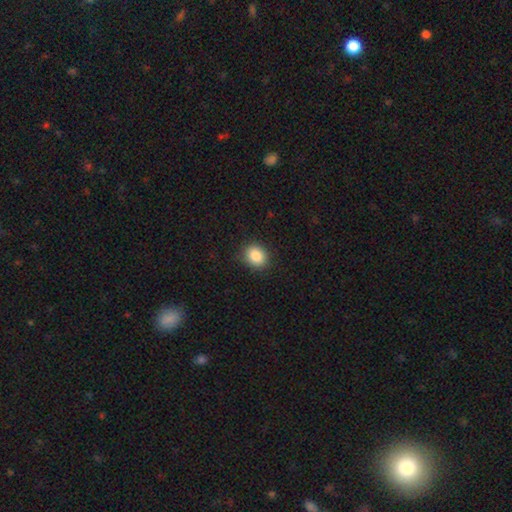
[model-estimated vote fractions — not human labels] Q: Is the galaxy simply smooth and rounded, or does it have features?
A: smooth — 86%.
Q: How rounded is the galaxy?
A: round — 65%.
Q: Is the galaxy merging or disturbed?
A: none — 87%.